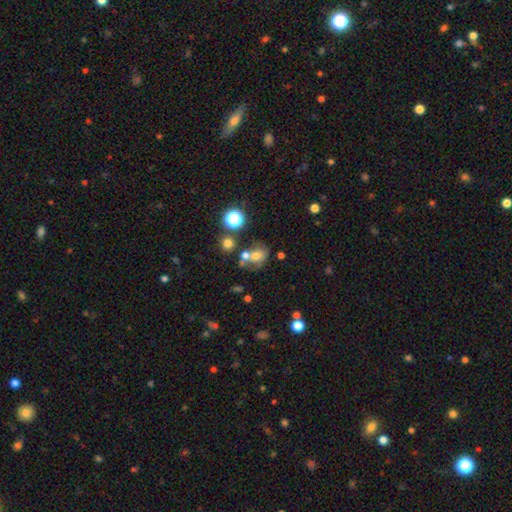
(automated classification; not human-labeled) Smooth or featured? smooth (60%)
How rounded? round (56%)
Merging? none (41%)